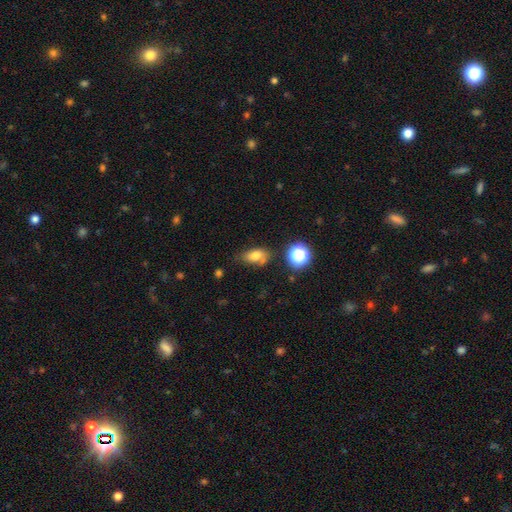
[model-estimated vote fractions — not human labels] This is likely a smooth galaxy (74%). How rounded: clearly in between (83%). Merging: possibly none (58%).